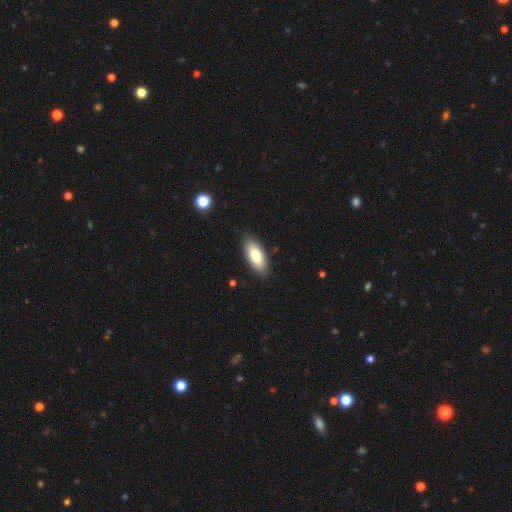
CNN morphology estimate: type=smooth (82%); roundness=in between (86%); merging=none (87%).